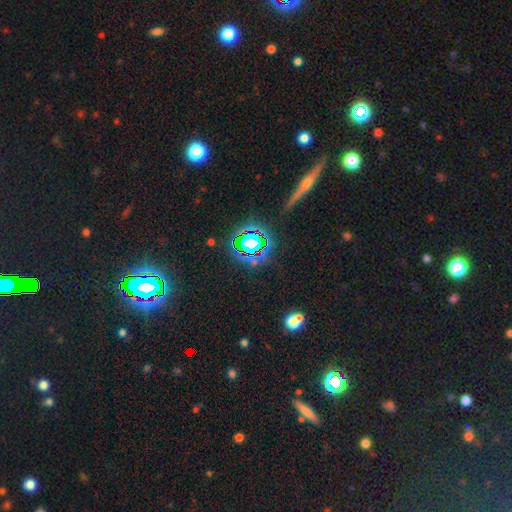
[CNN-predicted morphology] Smooth or featured: star or artifact — 71% (smooth — 15%)